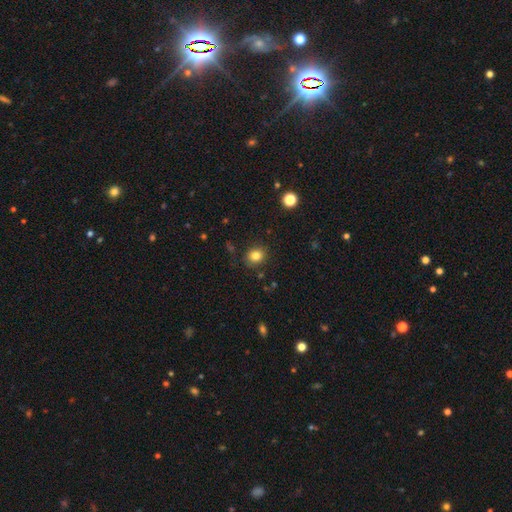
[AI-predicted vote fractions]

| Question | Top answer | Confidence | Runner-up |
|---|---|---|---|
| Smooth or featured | smooth | 81% | star or artifact (12%) |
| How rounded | round | 71% | in between (28%) |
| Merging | none | 85% | minor disturbance (10%) |